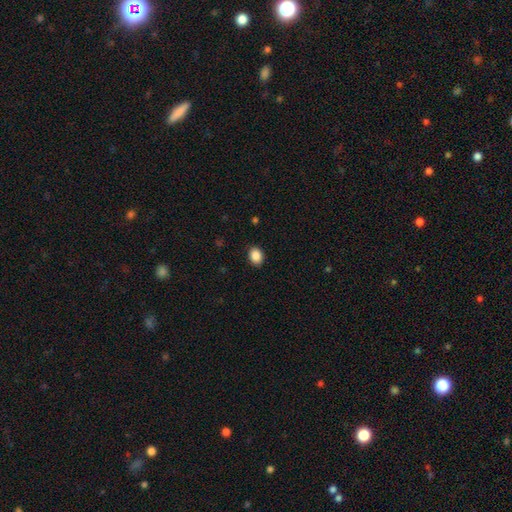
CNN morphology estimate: Smooth or featured: smooth — 88% (star or artifact — 9%)
How rounded: in between — 59% (round — 40%)
Merging: none — 90% (minor disturbance — 8%)